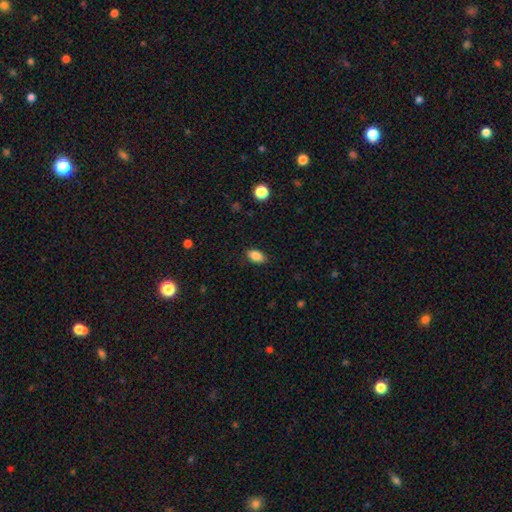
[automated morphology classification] This is clearly a smooth galaxy (86%). How rounded: clearly in between (90%). Merging: clearly none (87%).